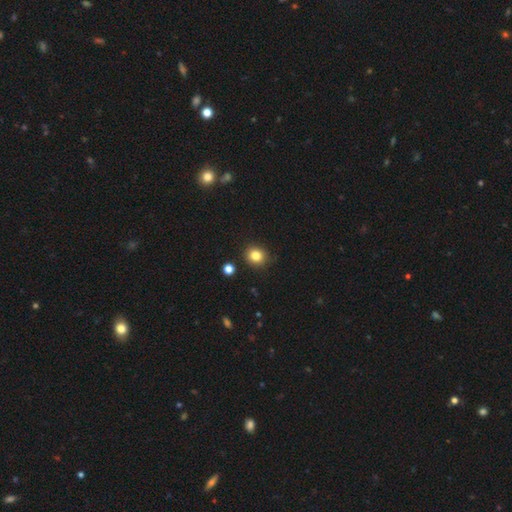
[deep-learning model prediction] A smooth galaxy with no disk features (83%) that is round (83%).

Vote fractions:
- Smooth or featured? smooth: 83% / star or artifact: 12% / featured or disk: 5%
- How rounded? round: 83% / in between: 16% / cigar-shaped: 1%
- Merging? none: 87% / minor disturbance: 8% / merger: 2% / major disturbance: 2%